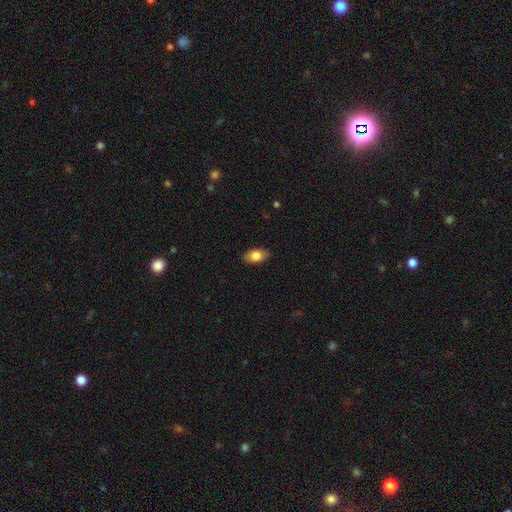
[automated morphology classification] A smooth galaxy with no disk features (82%) that is in between round and cigar-shaped (91%).

Vote fractions:
- Smooth or featured? smooth: 82% / featured or disk: 11% / star or artifact: 7%
- How rounded? in between: 91% / round: 7% / cigar-shaped: 2%
- Merging? none: 88% / minor disturbance: 9% / major disturbance: 2% / merger: 1%